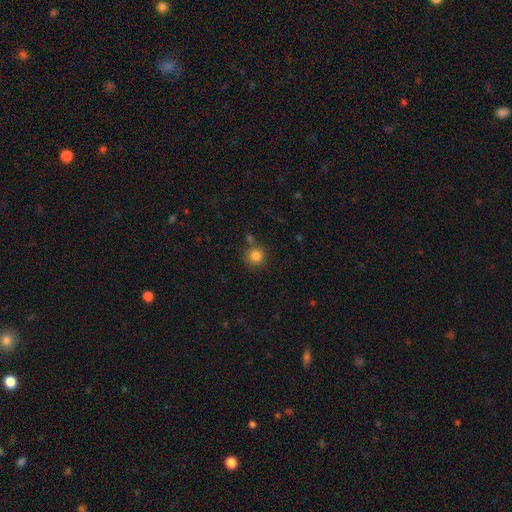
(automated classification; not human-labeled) A smooth galaxy with no disk features (83%) that is round (93%). Merging: none (75%).